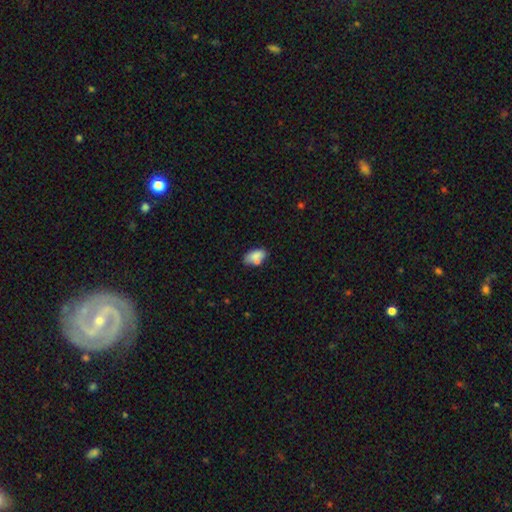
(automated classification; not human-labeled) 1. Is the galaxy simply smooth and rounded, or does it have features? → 78% smooth, 14% featured or disk, 8% star or artifact.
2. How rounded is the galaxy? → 90% in between, 6% round, 4% cigar-shaped.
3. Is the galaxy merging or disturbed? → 56% none, 21% minor disturbance, 18% merger, 6% major disturbance.